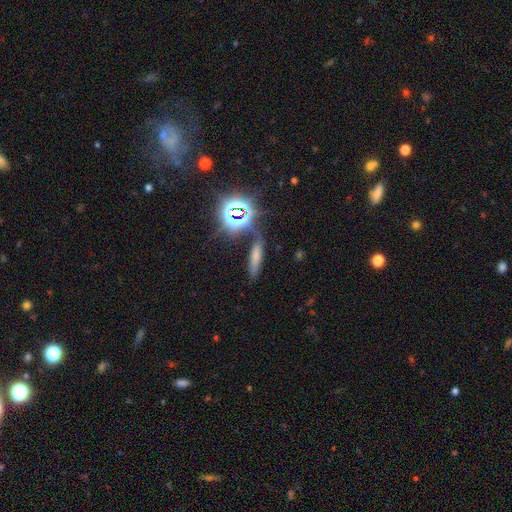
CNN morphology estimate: The model was most divided on "smooth or featured": smooth: 55%, star or artifact: 30%, featured or disk: 15%. More confident: merging — none (71%); how rounded — cigar-shaped (67%).